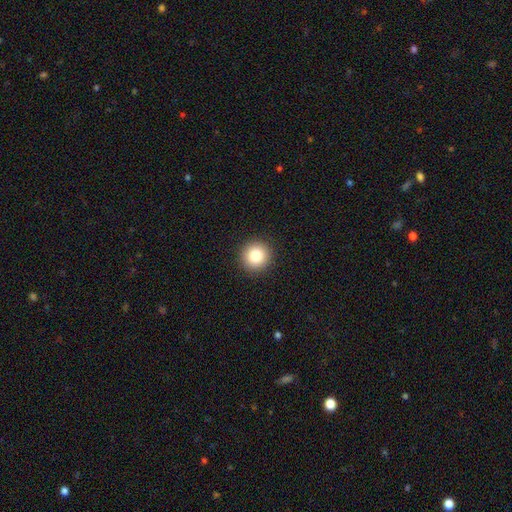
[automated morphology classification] A smooth galaxy with no disk features (84%) that is round (95%).

Vote fractions:
- Smooth or featured? smooth: 84% / star or artifact: 10% / featured or disk: 6%
- How rounded? round: 95% / in between: 4% / cigar-shaped: 1%
- Merging? none: 93% / minor disturbance: 5% / major disturbance: 2% / merger: 1%